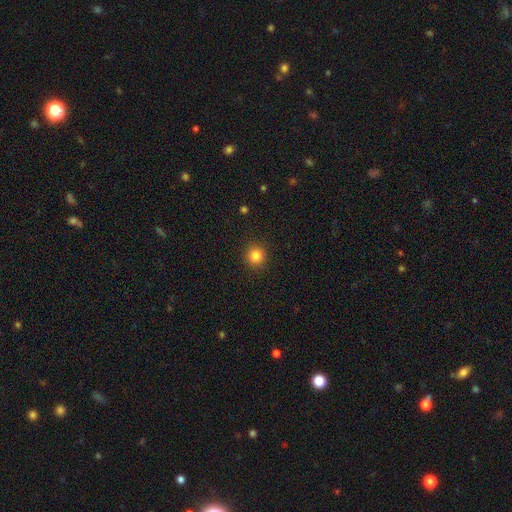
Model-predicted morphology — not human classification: A smooth galaxy with no disk features (83%) that is round (92%).

Vote fractions:
- Smooth or featured? smooth: 83% / star or artifact: 12% / featured or disk: 5%
- How rounded? round: 92% / in between: 7% / cigar-shaped: 1%
- Merging? none: 91% / minor disturbance: 6% / major disturbance: 2% / merger: 1%